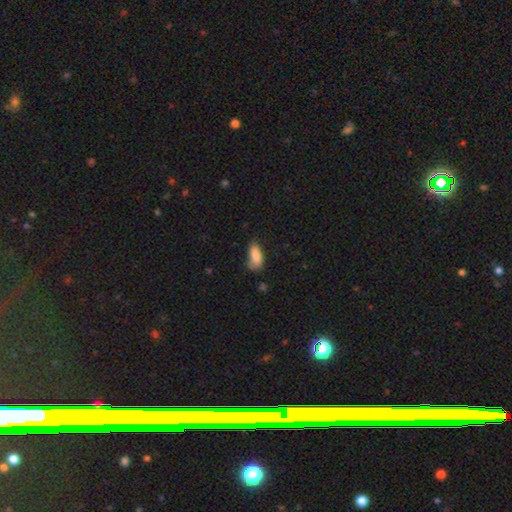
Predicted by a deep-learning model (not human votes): A smooth galaxy with no disk features (85%) that is in between round and cigar-shaped (82%). Merging: none (55%).